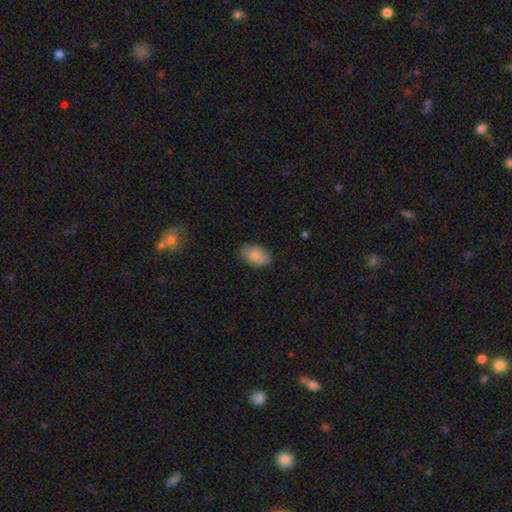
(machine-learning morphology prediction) smooth 86%, featured or disk 7%, star or artifact 7%. Down the decision tree: how rounded — in between (91%); merging — none (83%).